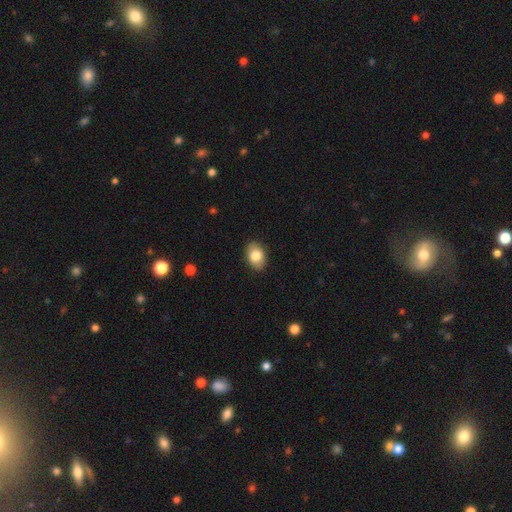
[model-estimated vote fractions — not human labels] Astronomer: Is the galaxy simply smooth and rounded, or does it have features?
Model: smooth — 82%.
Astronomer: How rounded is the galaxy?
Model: in between — 84%.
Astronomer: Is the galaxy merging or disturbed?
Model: none — 88%.